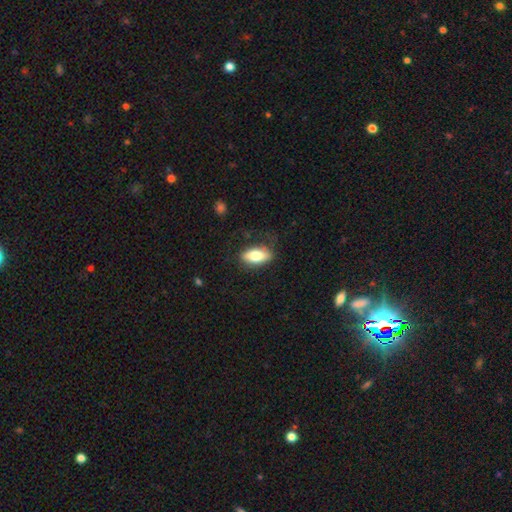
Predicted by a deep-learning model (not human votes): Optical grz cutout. It shows a smooth galaxy with no disk features (76%) that is in between round and cigar-shaped (87%). Merging: none (75%).